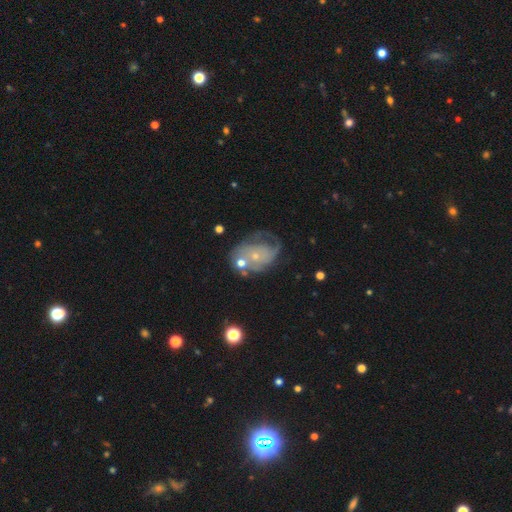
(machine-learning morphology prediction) smooth_or_featured: featured or disk (p=0.72) [alt: smooth p=0.19]
disk_edge_on: no (p=0.97) [alt: yes p=0.03]
bar: no (p=0.80) [alt: weak p=0.17]
has_spiral_arms: yes (p=0.81) [alt: no p=0.19]
spiral_winding: tight (p=0.41) [alt: medium p=0.36]
spiral_arm_count: can't tell (p=0.35) [alt: 2 p=0.29]
bulge_size: small (p=0.78) [alt: moderate p=0.15]
merging: none (p=0.38) [alt: major disturbance p=0.27]